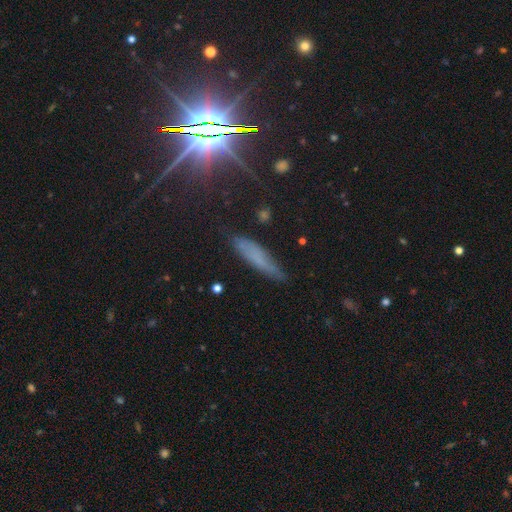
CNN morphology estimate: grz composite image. It shows a smooth galaxy with no disk features (53%) that is cigar-shaped (79%). Merging: none (73%).